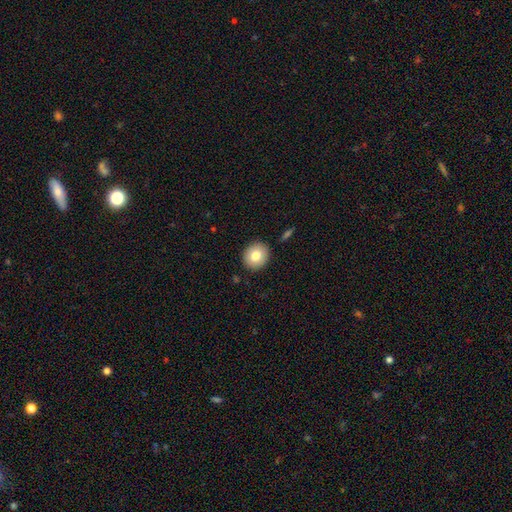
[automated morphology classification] smooth 79%, featured or disk 12%, star or artifact 8%. Down the decision tree: how rounded — round (80%); merging — none (90%).